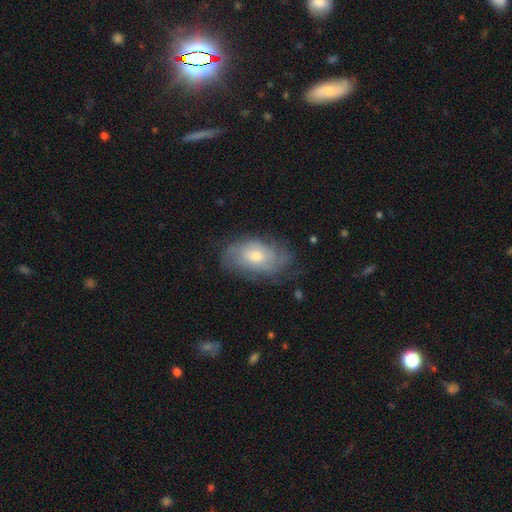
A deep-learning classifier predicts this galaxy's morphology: The model was most divided on "smooth or featured": featured or disk: 54%, smooth: 38%, star or artifact: 8%. More confident: edge-on disk — no (93%); bar — no (76%); spiral arms — yes (76%); merging — none (66%); bulge size — moderate (56%).